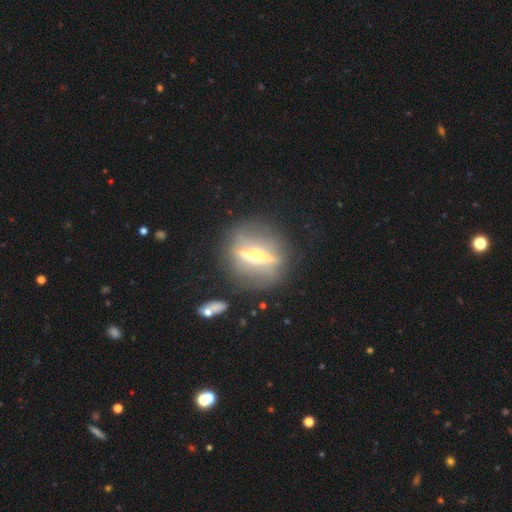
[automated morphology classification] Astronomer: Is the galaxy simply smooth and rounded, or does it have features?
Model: featured or disk — 80%.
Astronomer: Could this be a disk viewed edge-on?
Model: yes — 76%.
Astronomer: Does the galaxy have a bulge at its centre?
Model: rounded — 93%.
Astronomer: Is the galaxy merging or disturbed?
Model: none — 80%.